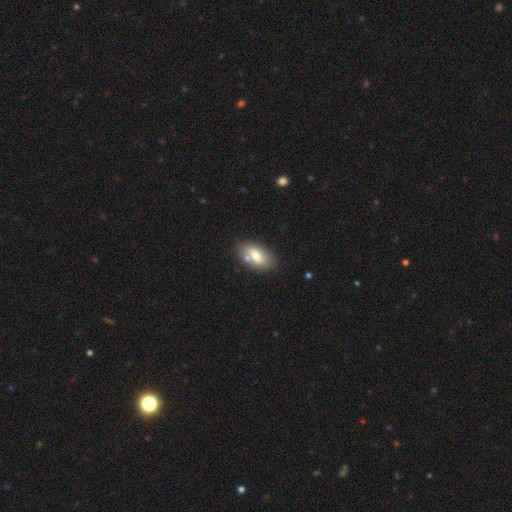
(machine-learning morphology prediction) smooth_or_featured: smooth (p=0.67) [alt: featured or disk p=0.25]
how_rounded: in between (p=0.92) [alt: round p=0.05]
merging: none (p=0.72) [alt: minor disturbance p=0.13]